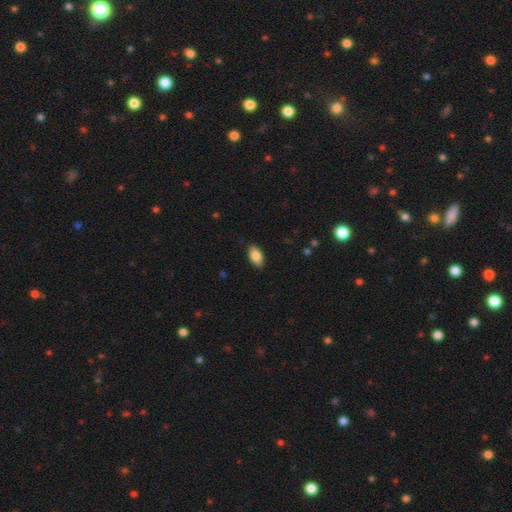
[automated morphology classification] This appears to be a smooth galaxy with no disk features (85%) that is in between round and cigar-shaped (93%). Merging: none (87%).